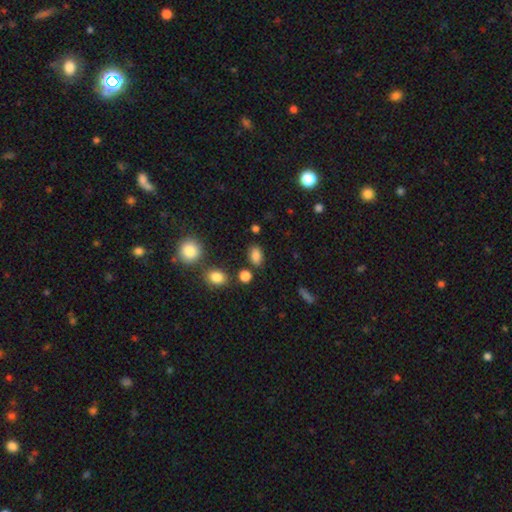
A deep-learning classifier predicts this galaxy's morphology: Smooth or featured? smooth (83%)
How rounded? in between (83%)
Merging? none (79%)